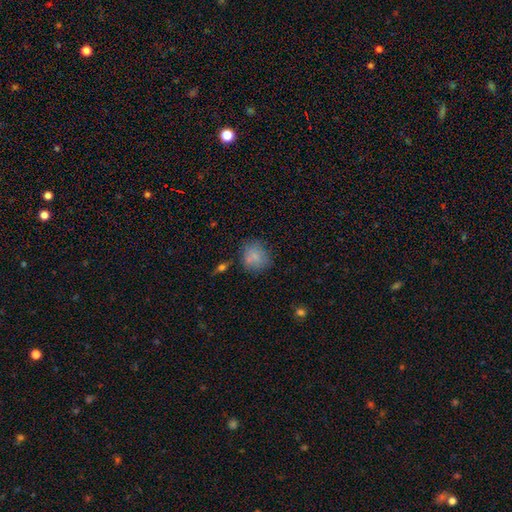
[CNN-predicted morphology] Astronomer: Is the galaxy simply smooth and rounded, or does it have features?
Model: smooth — 77%.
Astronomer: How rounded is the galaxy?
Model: round — 78%.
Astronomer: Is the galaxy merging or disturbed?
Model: none — 68%.